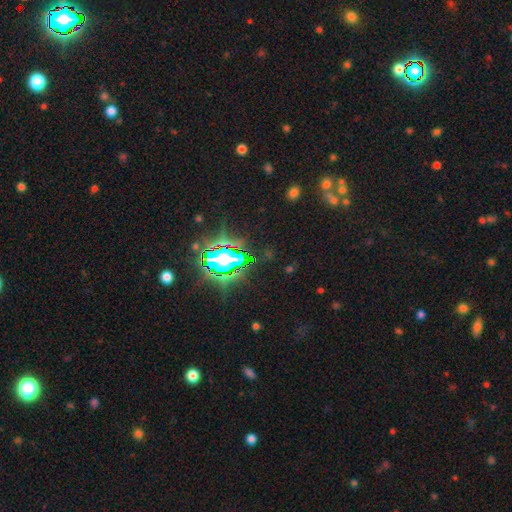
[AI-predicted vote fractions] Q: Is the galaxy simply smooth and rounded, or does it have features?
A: star or artifact — 80%.